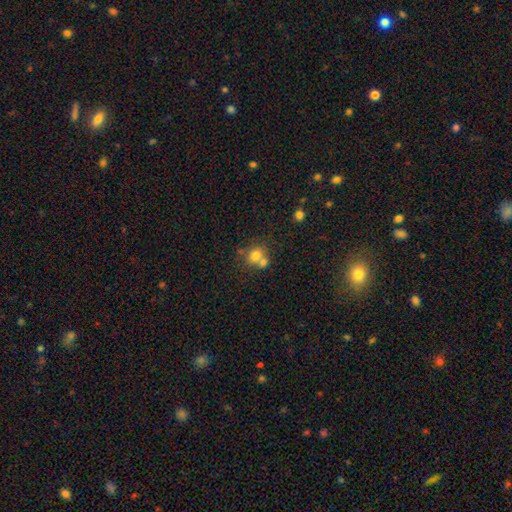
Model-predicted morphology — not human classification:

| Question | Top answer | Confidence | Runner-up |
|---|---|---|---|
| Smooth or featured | smooth | 74% | featured or disk (14%) |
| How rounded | round | 70% | in between (29%) |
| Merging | merger | 44% | none (42%) |